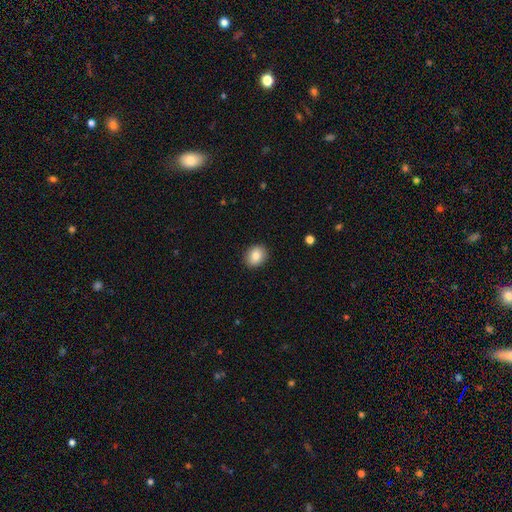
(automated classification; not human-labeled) smooth_or_featured: smooth (p=0.84) [alt: star or artifact p=0.08]
how_rounded: round (p=0.57) [alt: in between p=0.42]
merging: none (p=0.91) [alt: minor disturbance p=0.07]